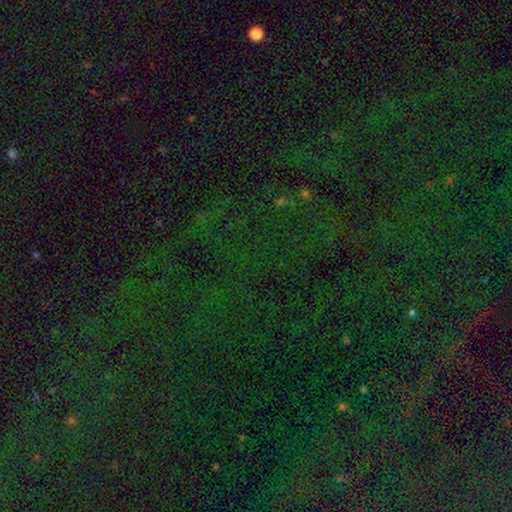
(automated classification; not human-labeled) Smooth or featured?
  - star or artifact: 82% *
  - smooth: 10%
  - featured or disk: 8%